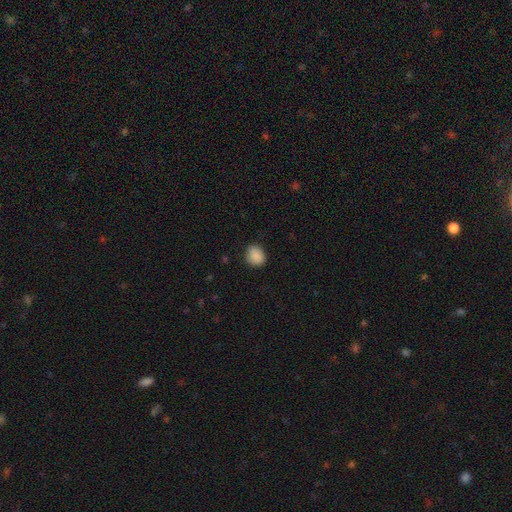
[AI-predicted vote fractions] The model was most divided on "how rounded": round: 62%, in between: 37%, cigar-shaped: 1%. More confident: smooth or featured — smooth (88%); merging — none (79%).